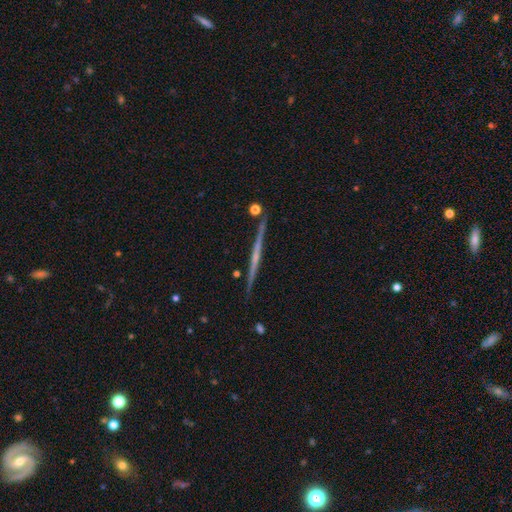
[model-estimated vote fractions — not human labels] featured or disk 74%, smooth 19%, star or artifact 6%. Down the decision tree: edge-on disk — yes (98%); edge-on bulge — none (64%); merging — none (90%).